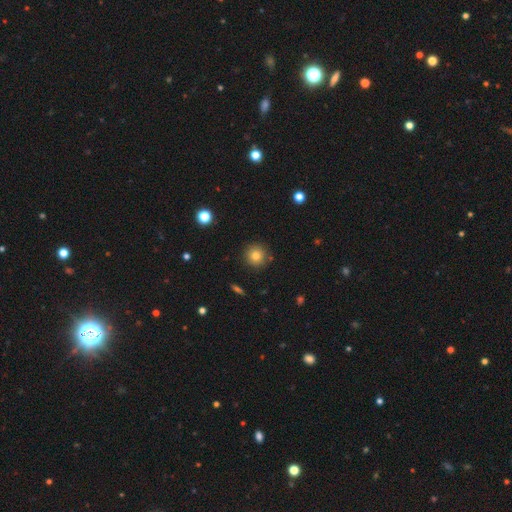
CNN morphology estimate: A smooth galaxy with no disk features (80%) that is round (94%). Merging: none (89%).